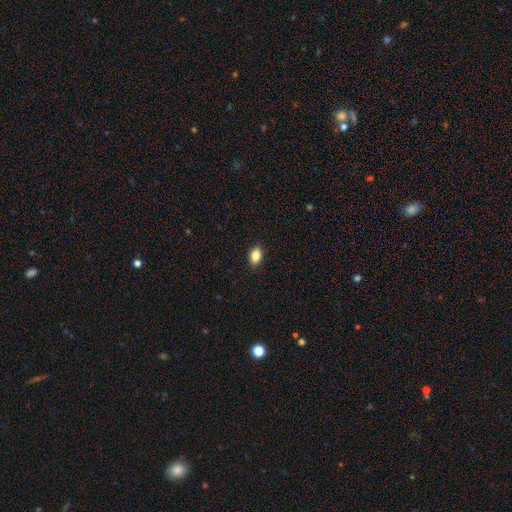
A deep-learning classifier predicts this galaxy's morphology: smooth-or-featured: smooth: 84% | star or artifact: 9% | featured or disk: 7%
  how-rounded: in between: 85% | round: 13% | cigar-shaped: 2%
  merging: none: 89% | minor disturbance: 9% | major disturbance: 2% | merger: 1%